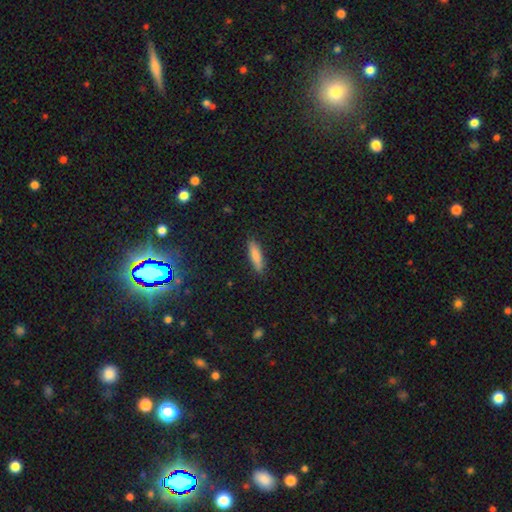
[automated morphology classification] Overall: smooth (82%). How rounded: cigar-shaped (70%). Merging: none (86%).